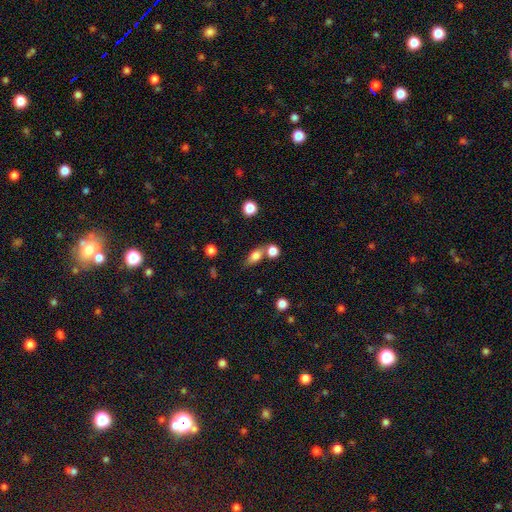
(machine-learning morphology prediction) smooth 78%, featured or disk 12%, star or artifact 10%. Down the decision tree: how rounded — in between (73%); merging — none (54%).